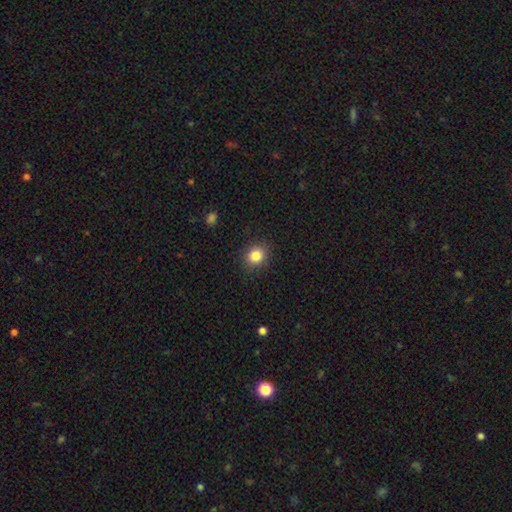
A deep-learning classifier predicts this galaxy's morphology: type=smooth (84%); roundness=round (78%); merging=none (89%).